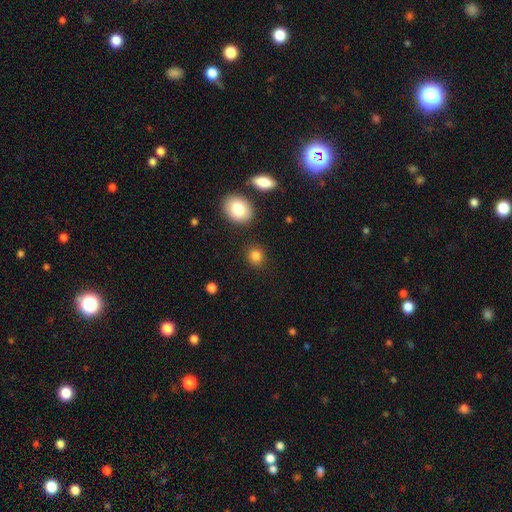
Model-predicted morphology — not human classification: type=smooth (84%); roundness=round (80%); merging=none (87%).